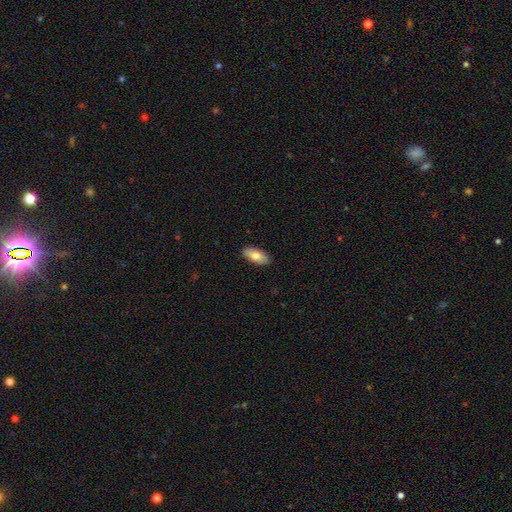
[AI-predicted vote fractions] Smooth or featured?
  - smooth: 81% *
  - featured or disk: 13%
  - star or artifact: 6%
How rounded?
  - in between: 89% *
  - cigar-shaped: 8%
  - round: 2%
Merging?
  - none: 89% *
  - minor disturbance: 8%
  - major disturbance: 2%
  - merger: 1%